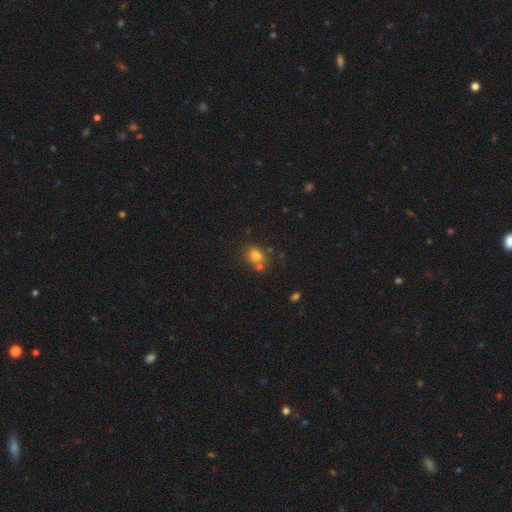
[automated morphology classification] Smooth or featured?
  - smooth: 77% *
  - star or artifact: 13%
  - featured or disk: 10%
How rounded?
  - round: 60% *
  - in between: 39%
  - cigar-shaped: 1%
Merging?
  - none: 56% *
  - merger: 28%
  - minor disturbance: 12%
  - major disturbance: 4%